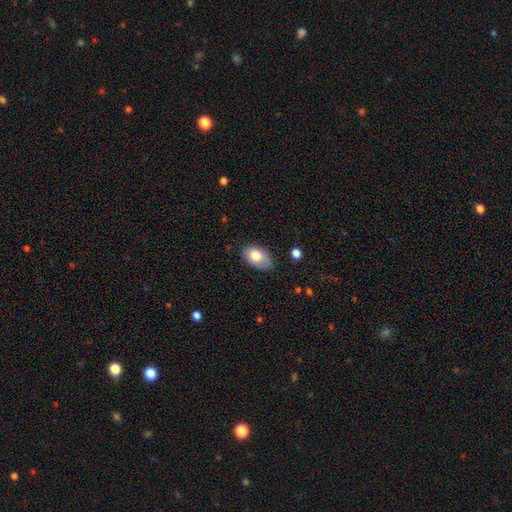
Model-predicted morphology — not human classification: This is clearly a smooth galaxy (80%). How rounded: clearly in between (89%). Merging: likely none (68%).